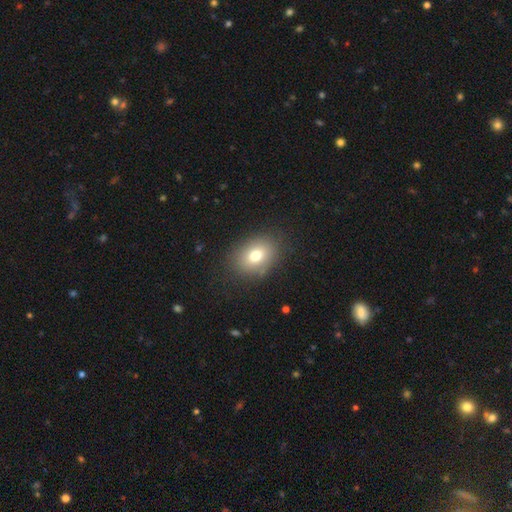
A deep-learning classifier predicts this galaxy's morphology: type=smooth (74%); roundness=in between (69%); merging=none (83%).